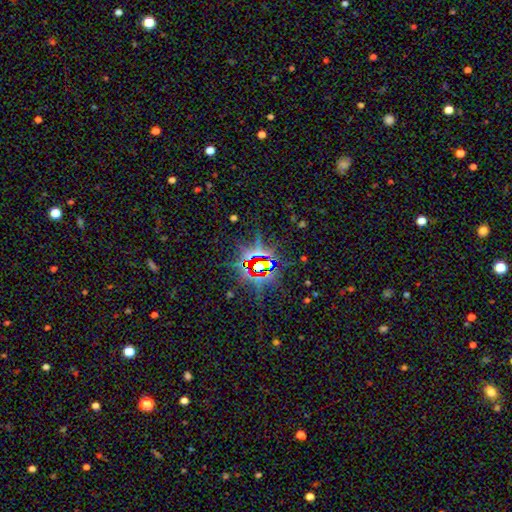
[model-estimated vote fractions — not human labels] smooth-or-featured: star or artifact: 80% | featured or disk: 10% | smooth: 10%